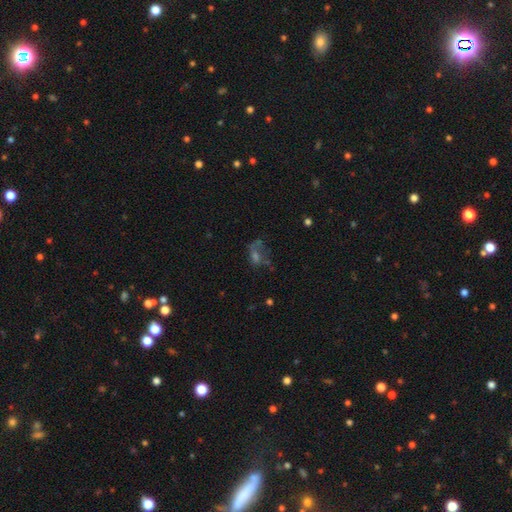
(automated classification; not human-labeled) Smooth or featured: featured or disk — 37% (star or artifact — 32%)
Merging: major disturbance — 38% (none — 37%)